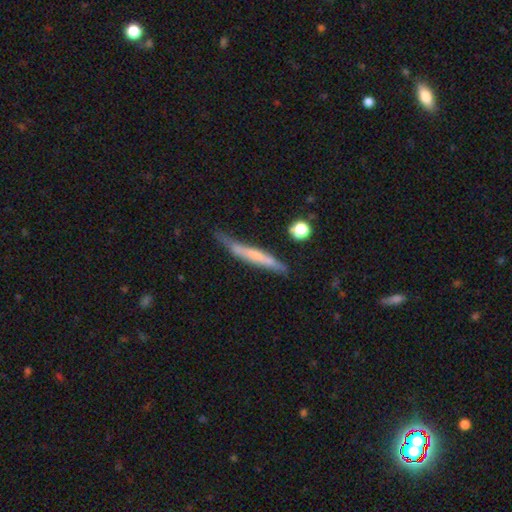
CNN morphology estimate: Overall: featured or disk (48%; smooth 45%). Merging: none (62%; minor disturbance 27%).